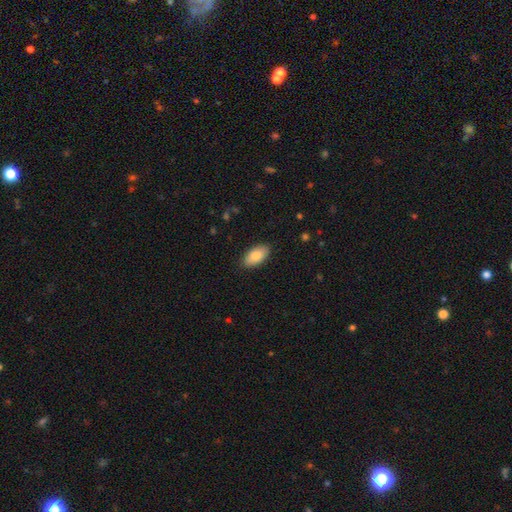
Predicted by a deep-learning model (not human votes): A smooth galaxy with no disk features (84%) that is in between round and cigar-shaped (94%).

Vote fractions:
- Smooth or featured? smooth: 84% / featured or disk: 10% / star or artifact: 6%
- How rounded? in between: 94% / cigar-shaped: 4% / round: 3%
- Merging? none: 87% / minor disturbance: 10% / major disturbance: 2% / merger: 1%